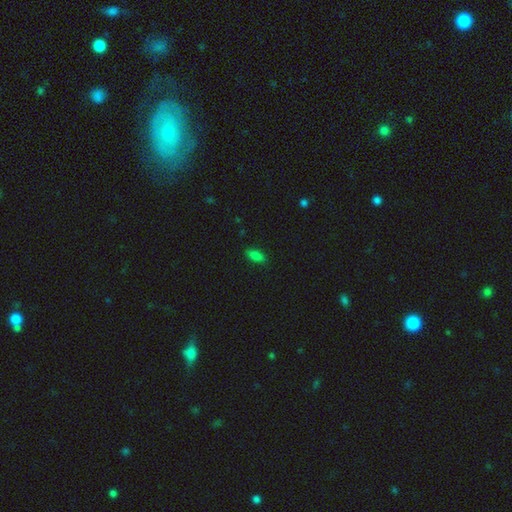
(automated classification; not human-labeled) The model was most divided on "how rounded": in between: 81%, cigar-shaped: 16%, round: 3%. More confident: merging — none (83%); smooth or featured — smooth (80%).